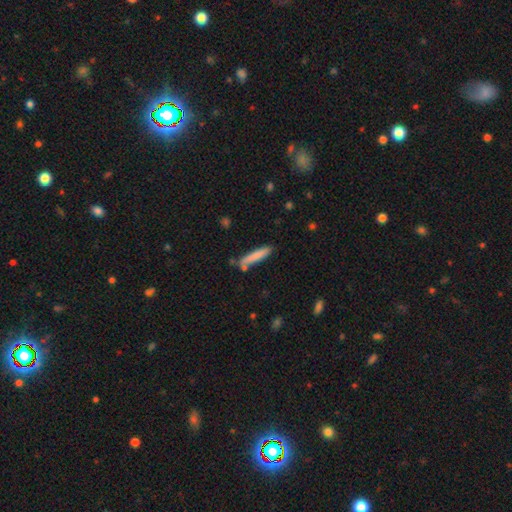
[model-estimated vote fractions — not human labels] Q: Smooth or featured?
A: smooth (78%); runner-up: featured or disk (16%)
Q: How rounded?
A: cigar-shaped (90%); runner-up: in between (9%)
Q: Merging?
A: none (75%); runner-up: minor disturbance (15%)